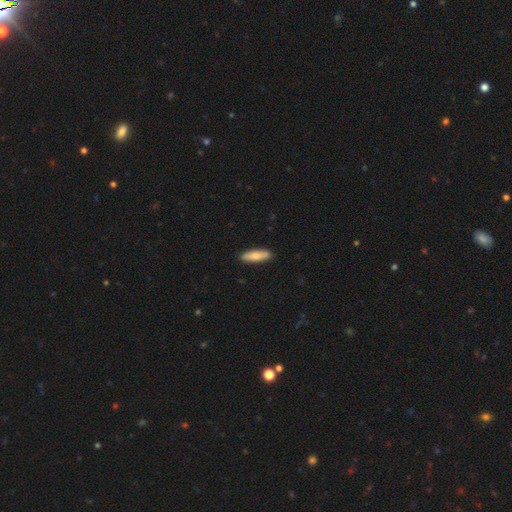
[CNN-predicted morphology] type=smooth (81%); roundness=cigar-shaped (61%); merging=none (88%).